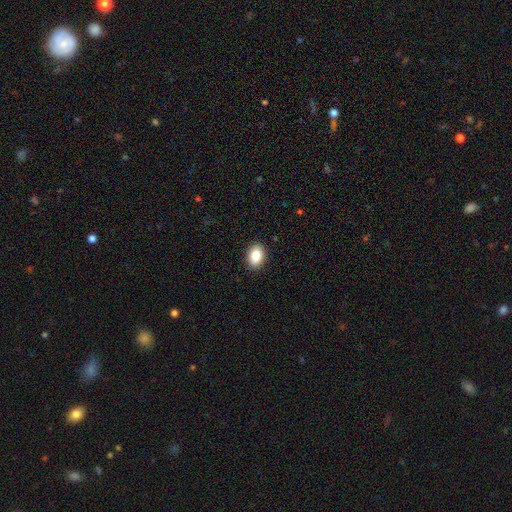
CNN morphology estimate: Smooth or featured? Predicted: smooth (p=0.85). How rounded? Predicted: in between (p=0.79). Merging? Predicted: none (p=0.91).